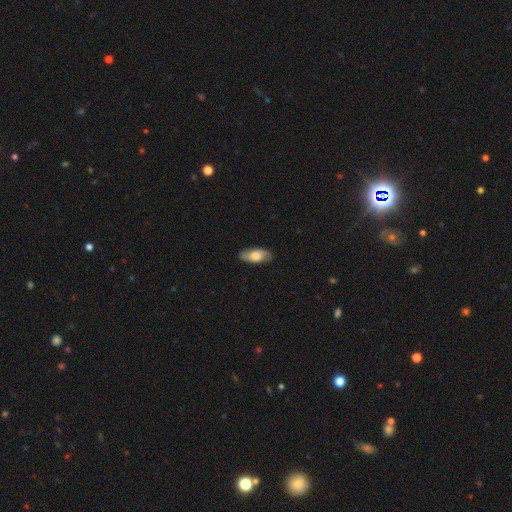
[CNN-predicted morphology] smooth_or_featured: smooth (p=0.58) [alt: featured or disk p=0.36]
how_rounded: in between (p=0.86) [alt: cigar-shaped p=0.10]
merging: none (p=0.84) [alt: minor disturbance p=0.12]